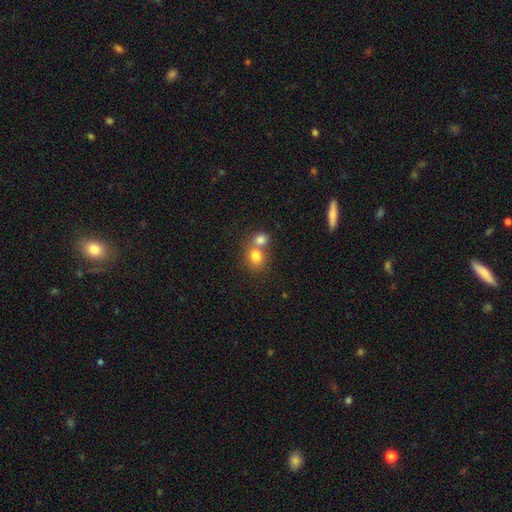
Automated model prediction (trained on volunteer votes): A smooth galaxy with no disk features (79%) that is round (66%).

Vote fractions:
- Smooth or featured? smooth: 79% / star or artifact: 11% / featured or disk: 10%
- How rounded? round: 66% / in between: 33% / cigar-shaped: 1%
- Merging? merger: 57% / none: 34% / minor disturbance: 6% / major disturbance: 3%